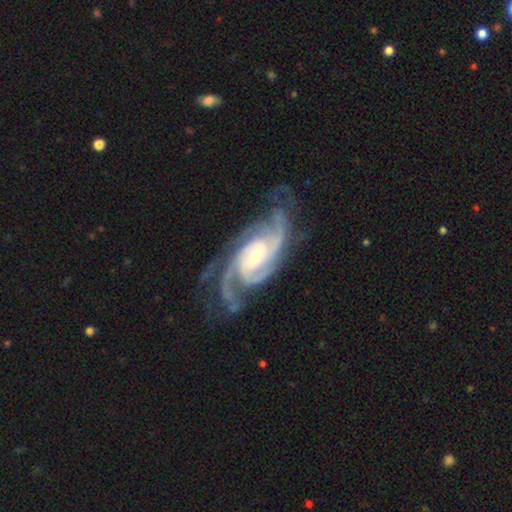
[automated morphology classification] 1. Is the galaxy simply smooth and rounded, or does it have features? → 93% featured or disk, 4% star or artifact, 3% smooth.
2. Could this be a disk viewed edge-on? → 97% no, 3% yes.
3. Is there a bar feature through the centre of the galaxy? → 41% weak, 40% no, 19% strong.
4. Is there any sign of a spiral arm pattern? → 99% yes, 1% no.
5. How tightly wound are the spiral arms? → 55% tight, 39% medium, 6% loose.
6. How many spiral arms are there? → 37% 3, 25% 4, 15% 2, 11% can't tell, 6% more than 4, 6% 1.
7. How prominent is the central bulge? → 48% moderate, 43% small, 6% large, 2% none, 1% dominant.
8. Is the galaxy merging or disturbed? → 67% none, 19% minor disturbance, 12% major disturbance, 2% merger.